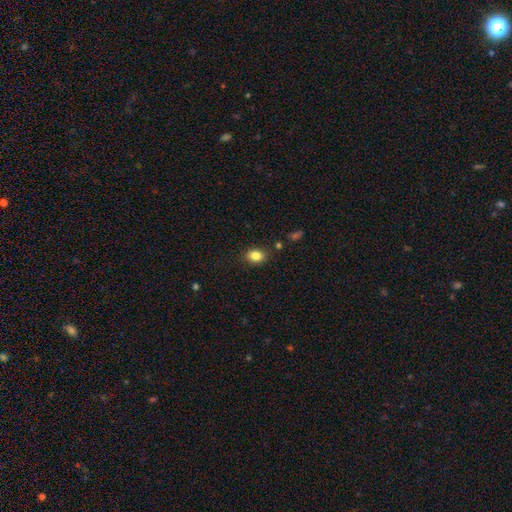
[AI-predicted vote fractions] The model was most divided on "how rounded": in between: 66%, round: 32%, cigar-shaped: 1%. More confident: merging — none (84%); smooth or featured — smooth (84%).